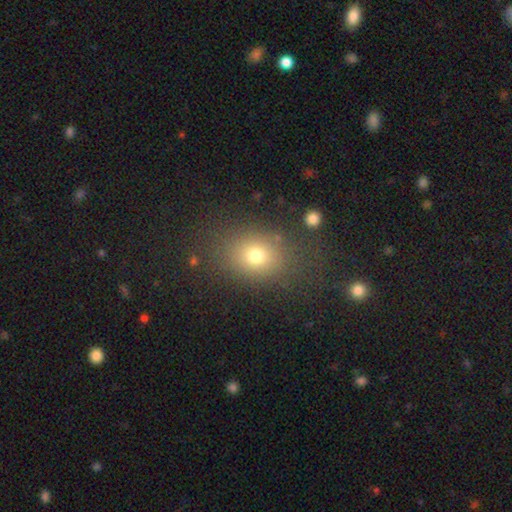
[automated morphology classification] This appears to be a smooth galaxy with no disk features (74%) that is in between round and cigar-shaped (53%). Merging: none (78%).